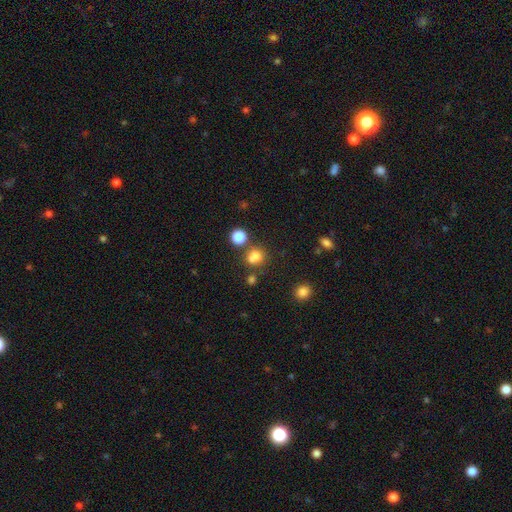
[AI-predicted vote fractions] This appears to be a smooth galaxy with no disk features (73%) that is round (72%). Merging: none (53%).